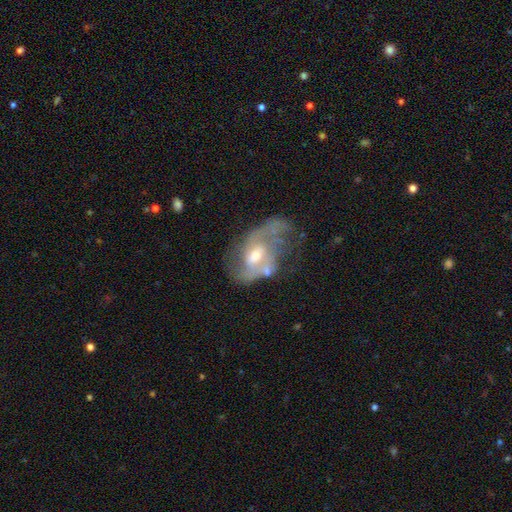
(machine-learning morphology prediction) The model was most divided on "spiral winding": medium: 43%, loose: 39%, tight: 18%. Remaining: edge-on disk — no (96%); spiral arms — yes (83%); smooth or featured — featured or disk (78%); spiral arm count — 2 (68%); bulge size — moderate (62%); bar — weak (47%); merging — none (35%).